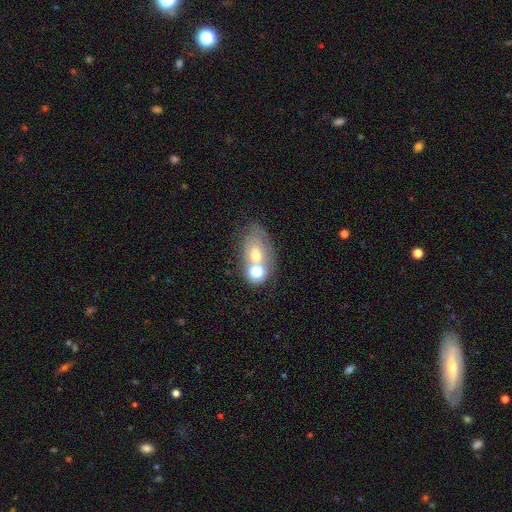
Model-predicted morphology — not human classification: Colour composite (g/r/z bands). It shows a featured or disk galaxy (43%). Merging: none (44%).